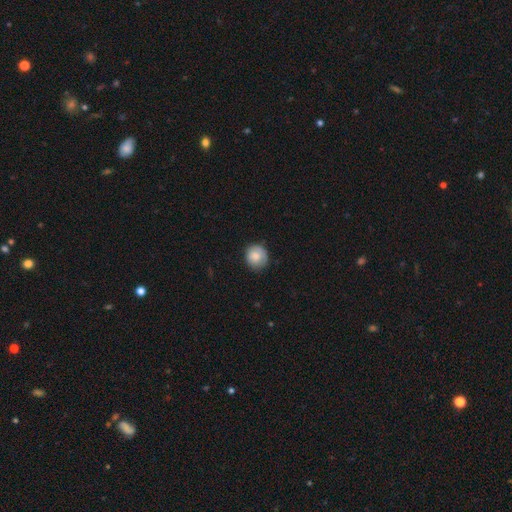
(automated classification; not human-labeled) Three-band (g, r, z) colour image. It shows a smooth galaxy with no disk features (82%) that is round (87%). Merging: none (76%).